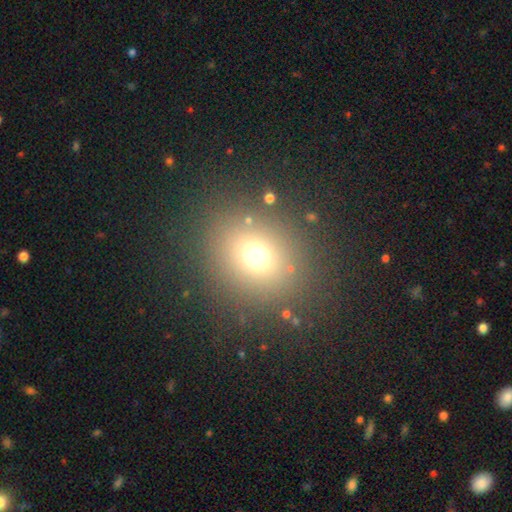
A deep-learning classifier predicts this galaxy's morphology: This appears to be a smooth galaxy with no disk features (69%) that is round (73%). Merging: none (85%).